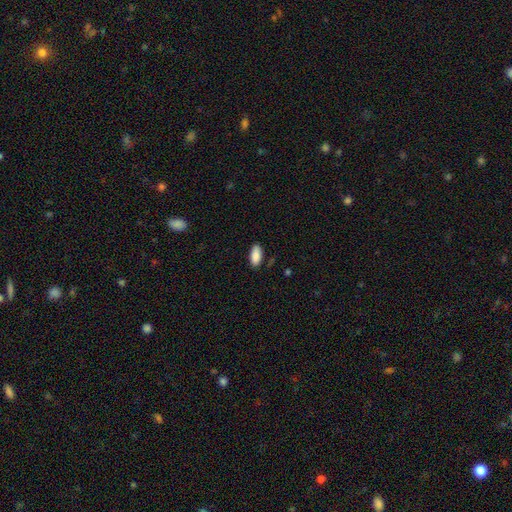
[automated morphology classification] Overall: smooth (89%). How rounded: in between (89%). Merging: none (85%).